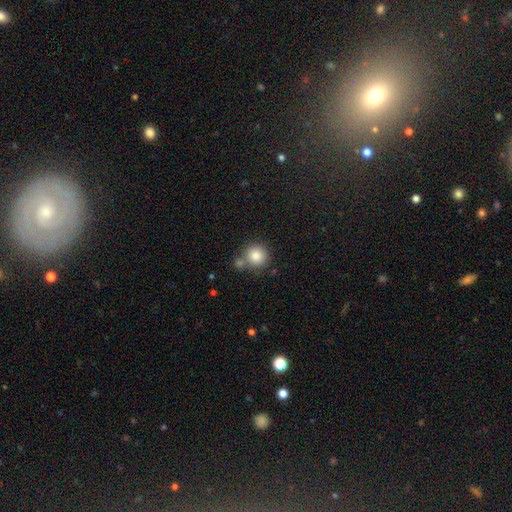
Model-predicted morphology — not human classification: smooth-or-featured: smooth: 83% | star or artifact: 10% | featured or disk: 7%
  how-rounded: round: 93% | in between: 6% | cigar-shaped: 1%
  merging: none: 67% | merger: 20% | minor disturbance: 10% | major disturbance: 3%